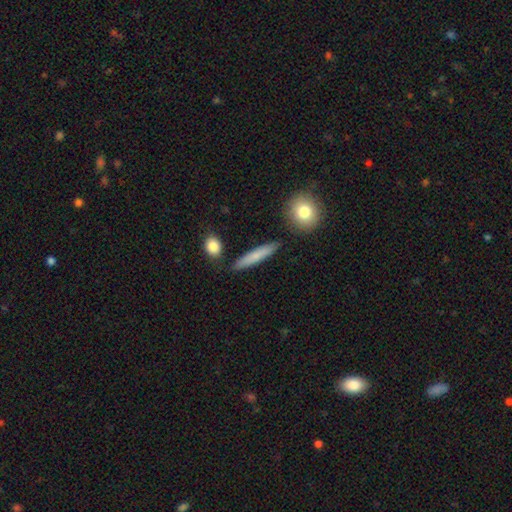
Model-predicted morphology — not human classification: Smooth or featured: smooth — 74% (featured or disk — 20%)
How rounded: cigar-shaped — 88% (in between — 10%)
Merging: none — 86% (minor disturbance — 9%)